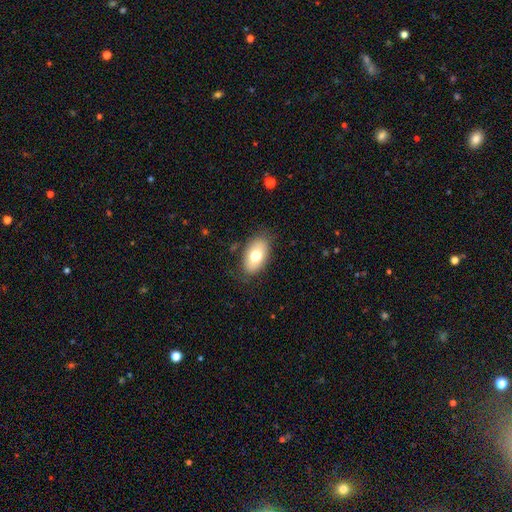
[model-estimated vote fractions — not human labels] smooth 71%, featured or disk 21%, star or artifact 7%. Down the decision tree: how rounded — in between (92%); merging — none (80%).